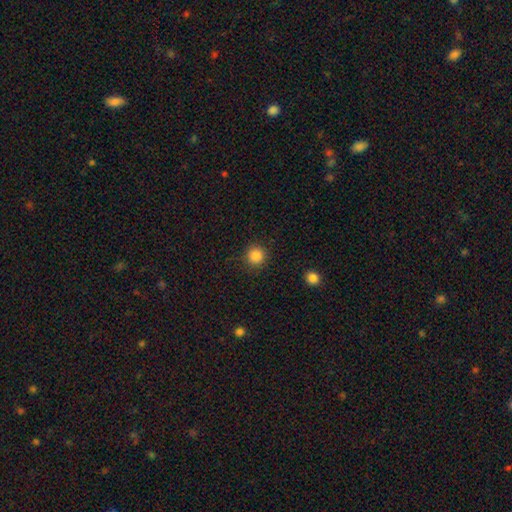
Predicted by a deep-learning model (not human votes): smooth 86%, star or artifact 11%, featured or disk 3%. Down the decision tree: how rounded — round (94%); merging — none (89%).